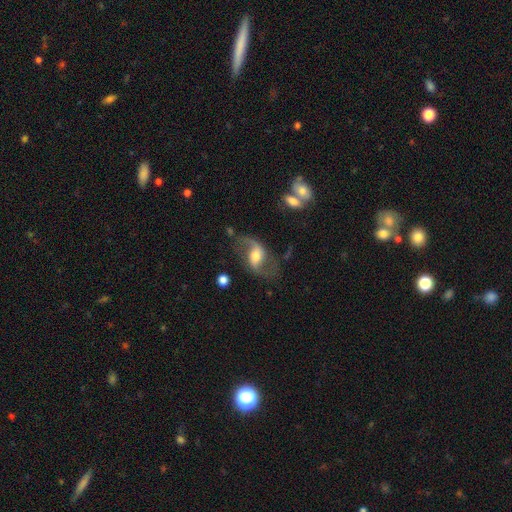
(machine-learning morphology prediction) Smooth or featured: featured or disk — 83% (smooth — 11%)
Edge-on disk: no — 96% (yes — 4%)
Bar: weak — 44% (no — 30%)
Spiral arms: yes — 94% (no — 6%)
Spiral winding: loose — 73% (medium — 23%)
Spiral arm count: 2 — 92% (1 — 3%)
Bulge size: moderate — 60% (small — 18%)
Merging: none — 68% (minor disturbance — 16%)